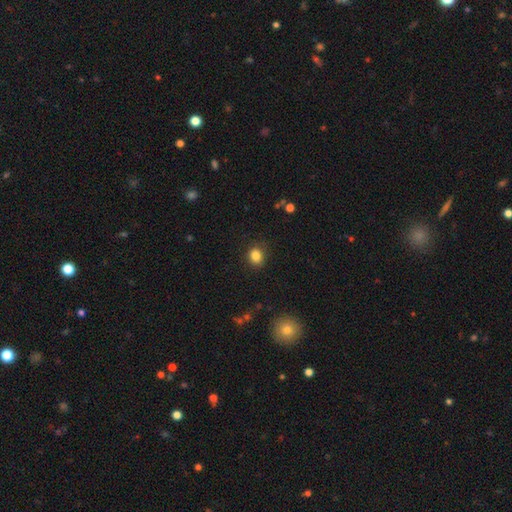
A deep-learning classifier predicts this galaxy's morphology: Smooth or featured: smooth — 84% (star or artifact — 11%)
How rounded: round — 70% (in between — 29%)
Merging: none — 86% (minor disturbance — 10%)